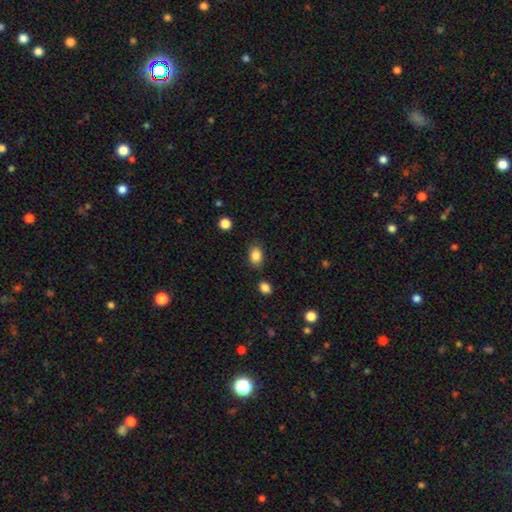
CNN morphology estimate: smooth 86%, star or artifact 9%, featured or disk 5%. Down the decision tree: how rounded — in between (76%); merging — none (81%).